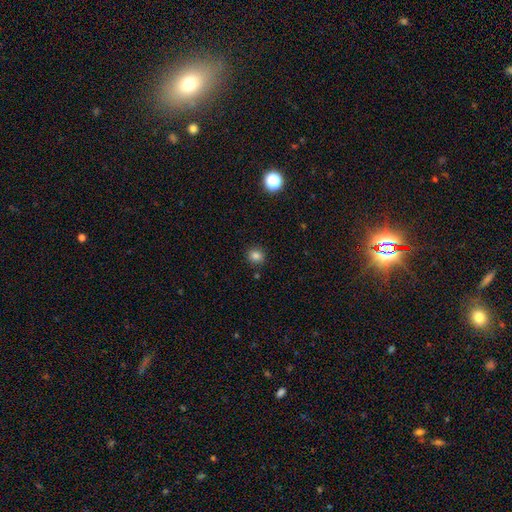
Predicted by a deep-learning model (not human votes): A smooth galaxy with no disk features (82%) that is round (86%). Merging: none (89%).